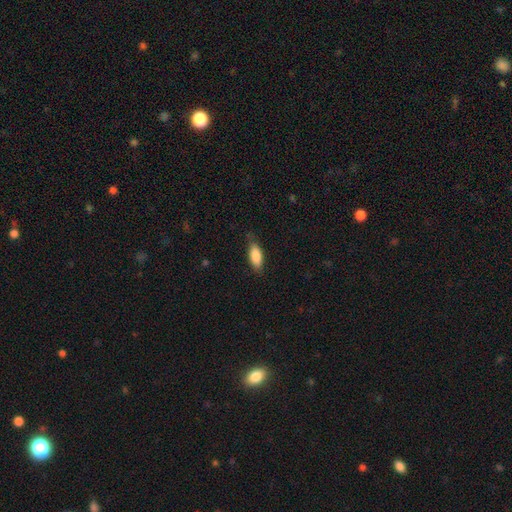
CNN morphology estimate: Smooth or featured? smooth (85%)
How rounded? in between (79%)
Merging? none (73%)